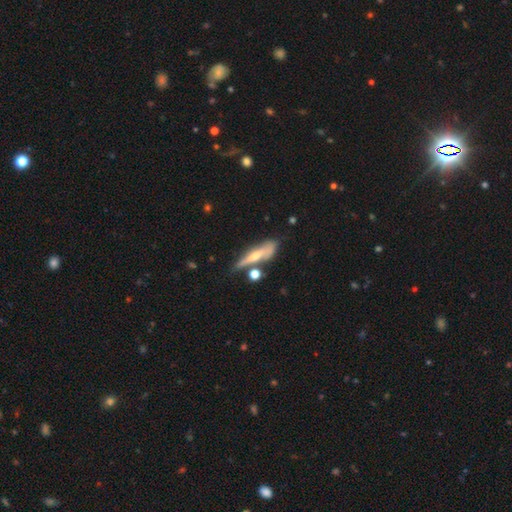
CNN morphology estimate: A featured or disk galaxy (46%, tied with smooth).

Vote fractions:
- Smooth or featured? featured or disk: 46% (tied) / smooth: 46% (tied) / star or artifact: 8%
- Merging? none: 46% / minor disturbance: 24% / merger: 18% / major disturbance: 13%